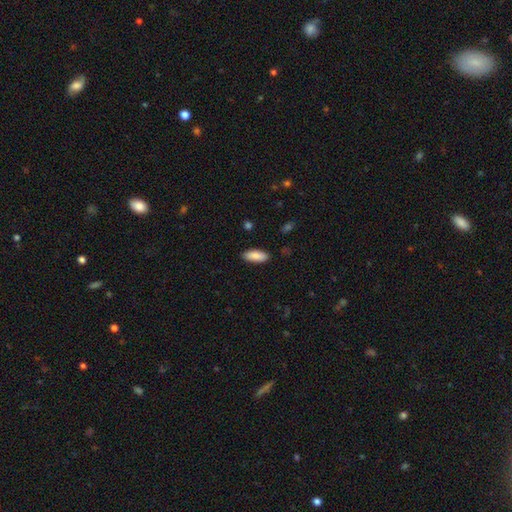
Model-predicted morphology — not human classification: Smooth or featured?
  - smooth: 87% *
  - featured or disk: 7%
  - star or artifact: 6%
How rounded?
  - in between: 77% *
  - cigar-shaped: 21%
  - round: 2%
Merging?
  - none: 88% *
  - minor disturbance: 9%
  - major disturbance: 2%
  - merger: 1%